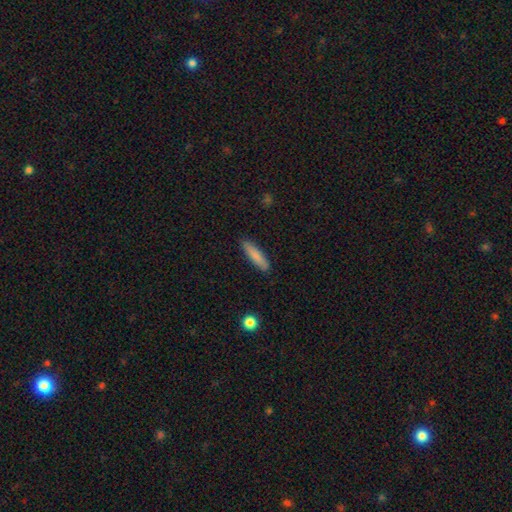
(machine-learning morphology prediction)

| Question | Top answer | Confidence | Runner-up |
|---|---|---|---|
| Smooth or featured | smooth | 82% | featured or disk (12%) |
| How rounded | cigar-shaped | 78% | in between (21%) |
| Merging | none | 88% | minor disturbance (9%) |